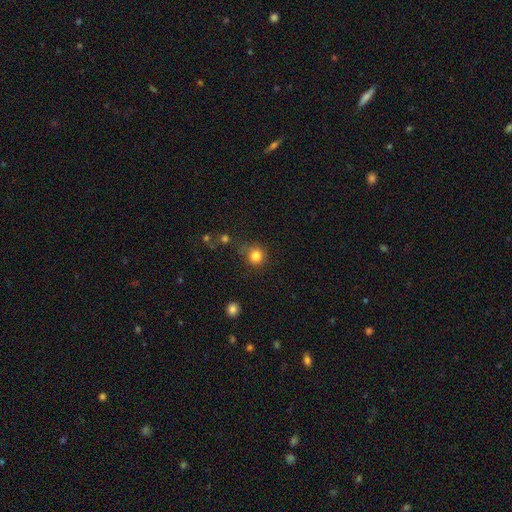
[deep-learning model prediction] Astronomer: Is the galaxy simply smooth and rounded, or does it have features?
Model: smooth — 83%.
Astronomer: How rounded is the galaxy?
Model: round — 90%.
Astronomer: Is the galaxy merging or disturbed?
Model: none — 73%.